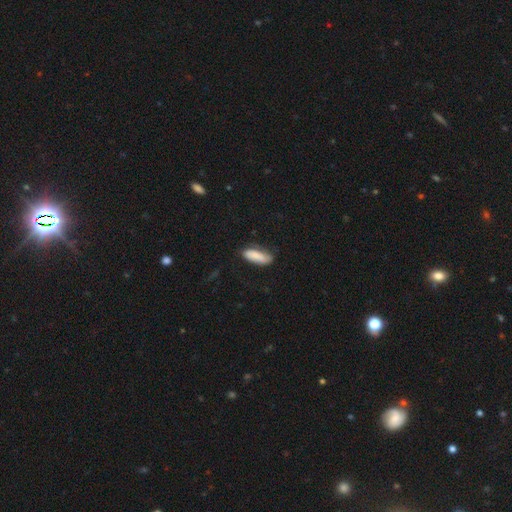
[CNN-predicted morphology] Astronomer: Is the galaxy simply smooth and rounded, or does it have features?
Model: smooth — 83%.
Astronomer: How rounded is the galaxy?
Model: in between — 62%.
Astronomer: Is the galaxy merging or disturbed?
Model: none — 64%.